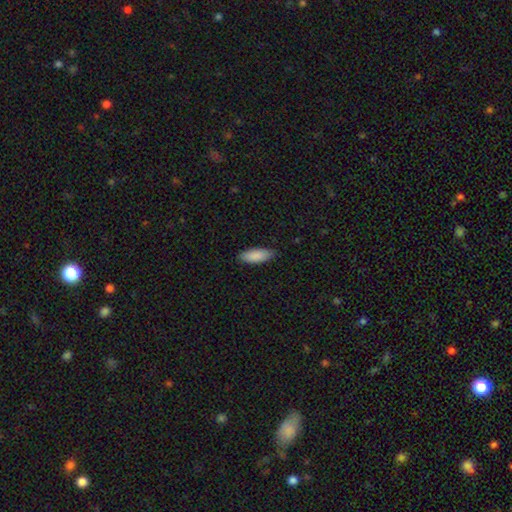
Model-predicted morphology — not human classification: A smooth galaxy with no disk features (89%) that is in between round and cigar-shaped (75%).

Vote fractions:
- Smooth or featured? smooth: 89% / star or artifact: 5% / featured or disk: 5%
- How rounded? in between: 75% / cigar-shaped: 24% / round: 2%
- Merging? none: 86% / minor disturbance: 12% / major disturbance: 2% / merger: 1%